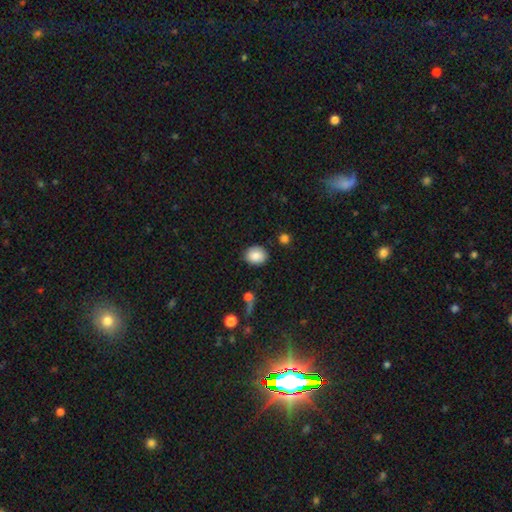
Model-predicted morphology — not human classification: Smooth or featured?
  - smooth: 85% *
  - star or artifact: 8%
  - featured or disk: 7%
How rounded?
  - round: 56% *
  - in between: 43%
  - cigar-shaped: 1%
Merging?
  - none: 84% *
  - minor disturbance: 10%
  - major disturbance: 3%
  - merger: 3%